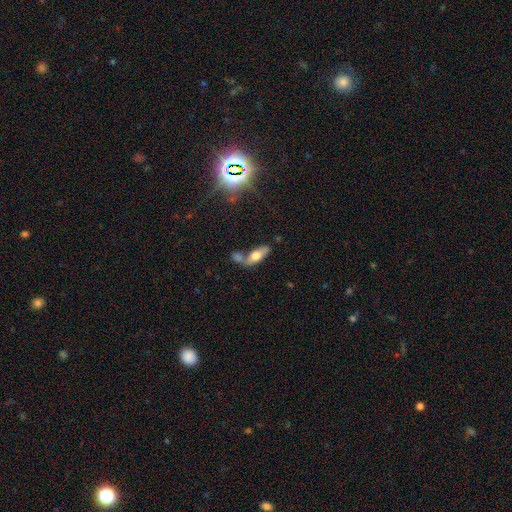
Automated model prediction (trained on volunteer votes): Q: Smooth or featured?
A: smooth (55%); runner-up: featured or disk (36%)
Q: How rounded?
A: in between (69%); runner-up: cigar-shaped (28%)
Q: Merging?
A: none (44%); runner-up: merger (34%)